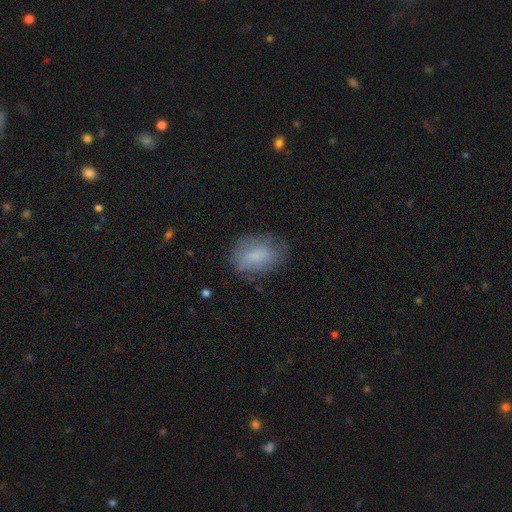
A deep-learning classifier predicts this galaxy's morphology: smooth_or_featured: smooth (p=0.72) [alt: featured or disk p=0.20]
how_rounded: in between (p=0.84) [alt: round p=0.14]
merging: none (p=0.67) [alt: minor disturbance p=0.23]